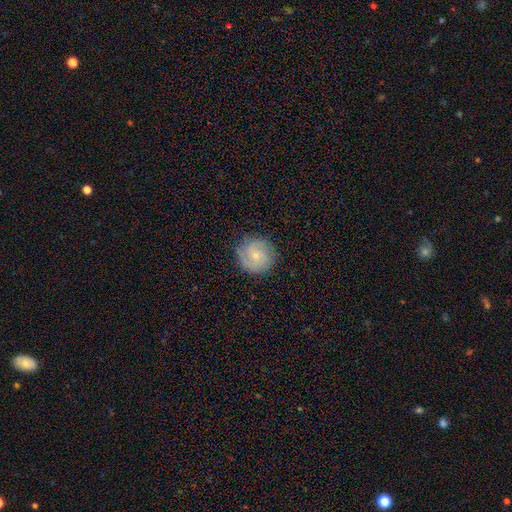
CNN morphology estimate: The model was most divided on "smooth or featured": featured or disk: 49%, smooth: 43%, star or artifact: 8%. More confident: merging — none (83%).